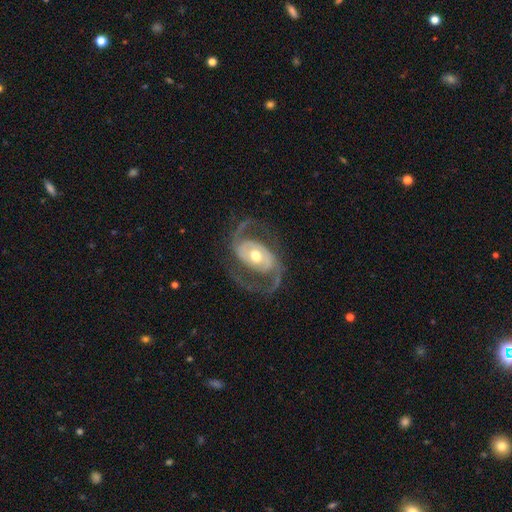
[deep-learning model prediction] Morphology: type=featured or disk (90%); edge-on=no (97%); bar=no (52%); spiral arms=yes (95%); winding=medium (52%); arm count=2 (92%); bulge=moderate (73%); merging=none (72%).